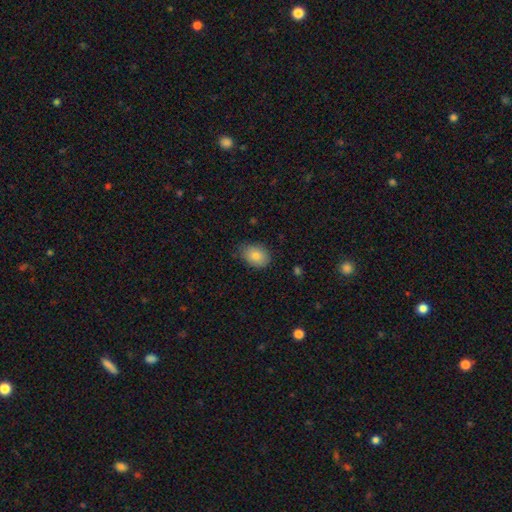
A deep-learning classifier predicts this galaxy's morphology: Q: Smooth or featured?
A: smooth (83%); runner-up: featured or disk (9%)
Q: How rounded?
A: in between (72%); runner-up: round (27%)
Q: Merging?
A: none (76%); runner-up: minor disturbance (19%)